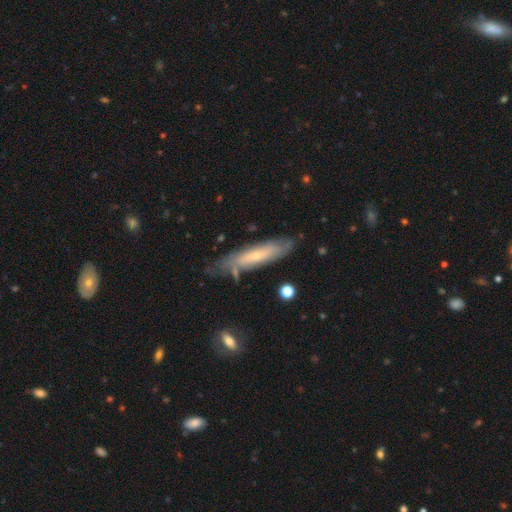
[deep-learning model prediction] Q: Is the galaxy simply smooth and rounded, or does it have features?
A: featured or disk — 52%.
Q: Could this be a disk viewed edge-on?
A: yes — 51%.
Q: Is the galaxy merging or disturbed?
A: none — 70%.